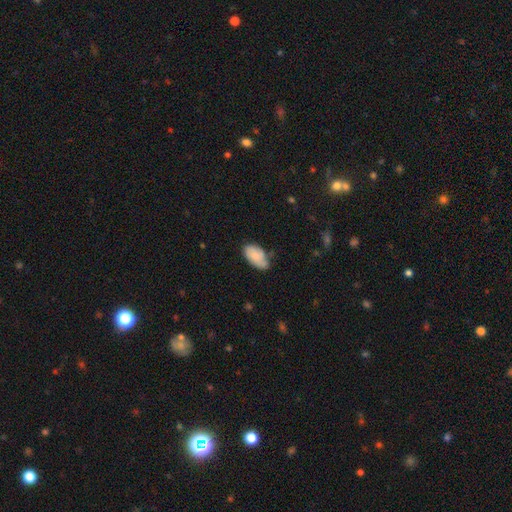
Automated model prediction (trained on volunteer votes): A smooth galaxy with no disk features (77%) that is in between round and cigar-shaped (95%). Merging: none (54%).